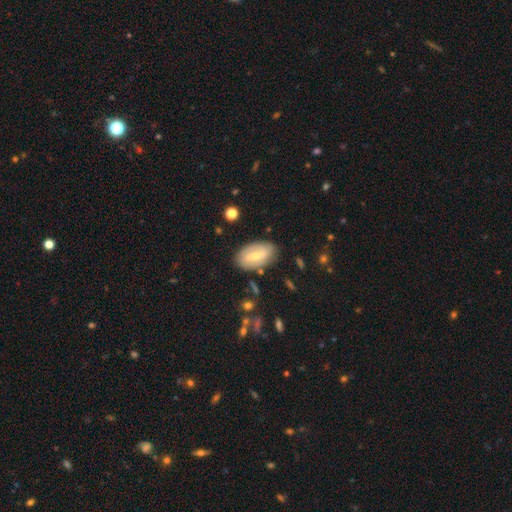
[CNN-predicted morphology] A featured or disk galaxy (52%). Merging: none (81%).